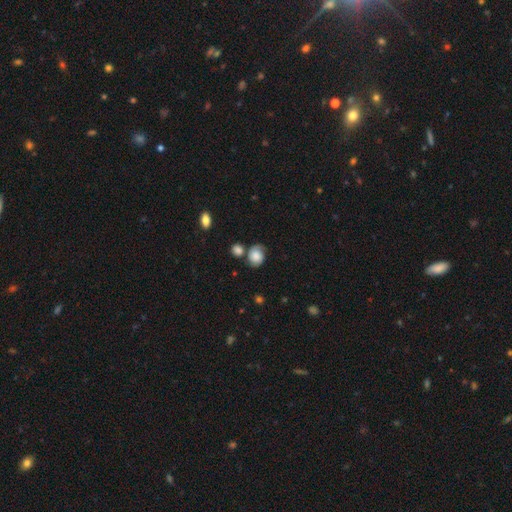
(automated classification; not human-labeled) smooth-or-featured: smooth: 61% | featured or disk: 29% | star or artifact: 10%
  how-rounded: round: 55% | in between: 44% | cigar-shaped: 1%
  merging: none: 53% | minor disturbance: 23% | merger: 15% | major disturbance: 9%